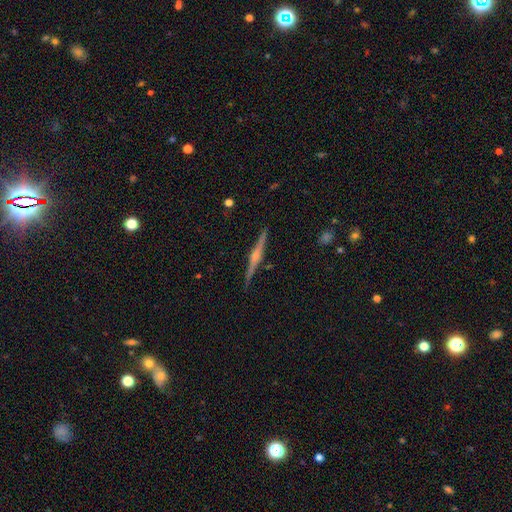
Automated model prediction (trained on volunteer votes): This is clearly a featured or disk galaxy (83%). It is clearly viewed edge-on (98%). Edge-on bulge: clearly rounded (82%). Merging: clearly none (91%).